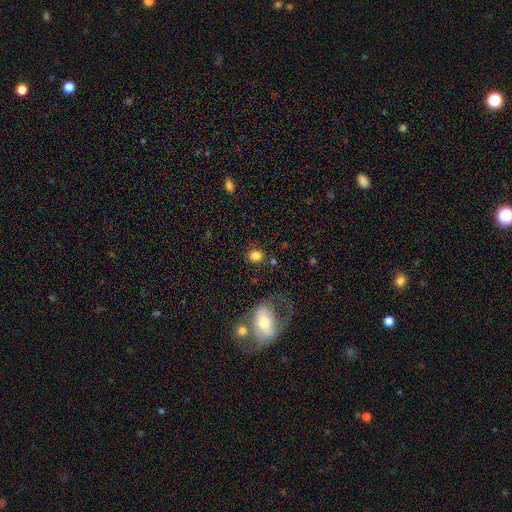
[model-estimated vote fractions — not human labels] A smooth galaxy with no disk features (82%) that is round (62%).

Vote fractions:
- Smooth or featured? smooth: 82% / star or artifact: 10% / featured or disk: 8%
- How rounded? round: 62% / in between: 37% / cigar-shaped: 1%
- Merging? none: 81% / minor disturbance: 10% / major disturbance: 5% / merger: 5%